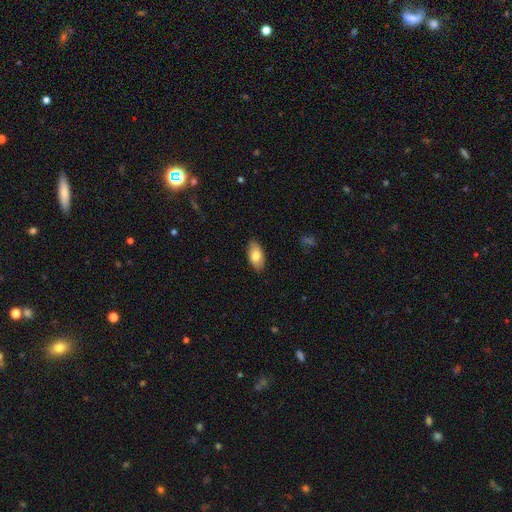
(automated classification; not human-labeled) The model was most divided on "smooth or featured": smooth: 82%, featured or disk: 12%, star or artifact: 6%. More confident: how rounded — in between (94%); merging — none (87%).